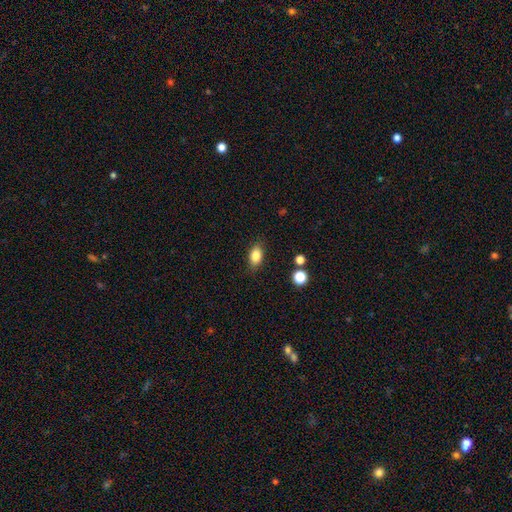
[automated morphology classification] Overall: smooth (84%). How rounded: in between (87%). Merging: none (85%).